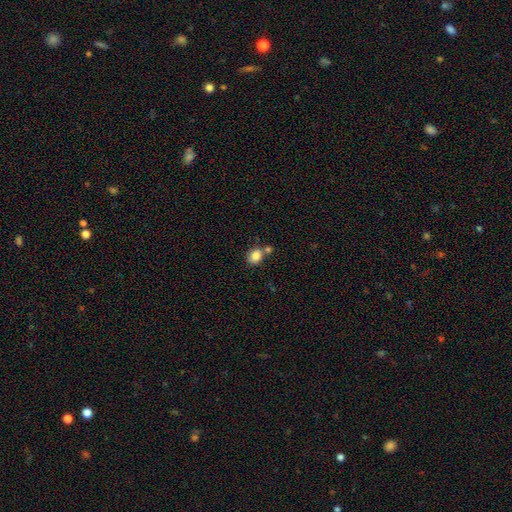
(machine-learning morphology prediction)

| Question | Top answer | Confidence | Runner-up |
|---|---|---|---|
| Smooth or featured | smooth | 84% | star or artifact (9%) |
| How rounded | round | 57% | in between (42%) |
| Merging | none | 58% | merger (26%) |